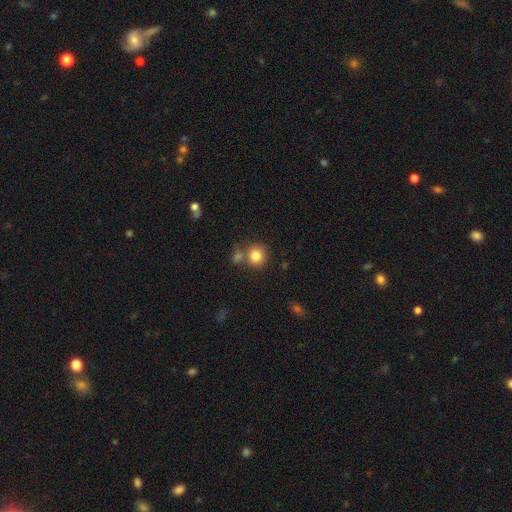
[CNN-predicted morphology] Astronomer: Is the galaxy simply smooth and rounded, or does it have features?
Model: smooth — 83%.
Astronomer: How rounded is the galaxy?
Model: round — 87%.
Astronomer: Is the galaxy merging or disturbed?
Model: none — 65%.